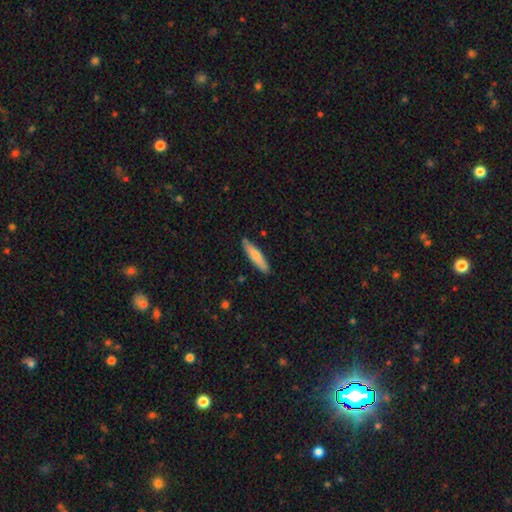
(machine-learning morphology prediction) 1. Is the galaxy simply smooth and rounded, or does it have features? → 74% smooth, 21% featured or disk, 5% star or artifact.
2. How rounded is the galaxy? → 84% cigar-shaped, 15% in between, 1% round.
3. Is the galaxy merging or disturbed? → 86% none, 10% minor disturbance, 2% merger, 2% major disturbance.